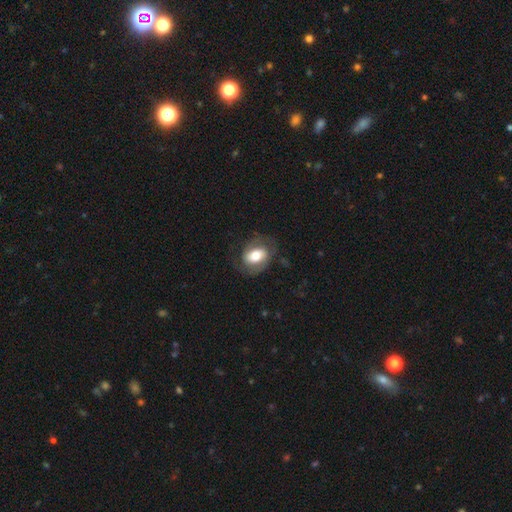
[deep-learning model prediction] This is possibly a smooth galaxy (53%). How rounded: likely in between (70%). Merging: likely none (67%).